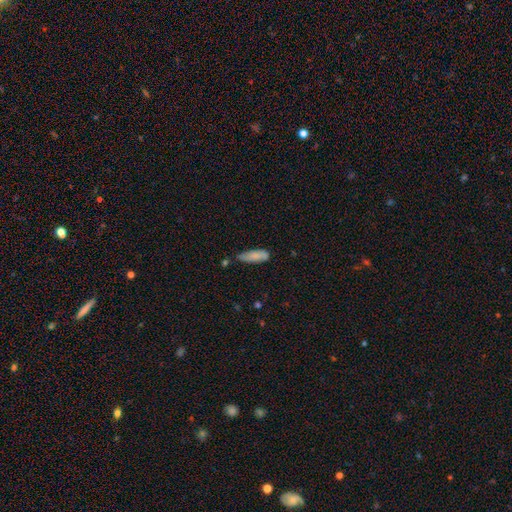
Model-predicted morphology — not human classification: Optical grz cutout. It shows a smooth galaxy with no disk features (83%) that is in between round and cigar-shaped (53%). Merging: none (53%).